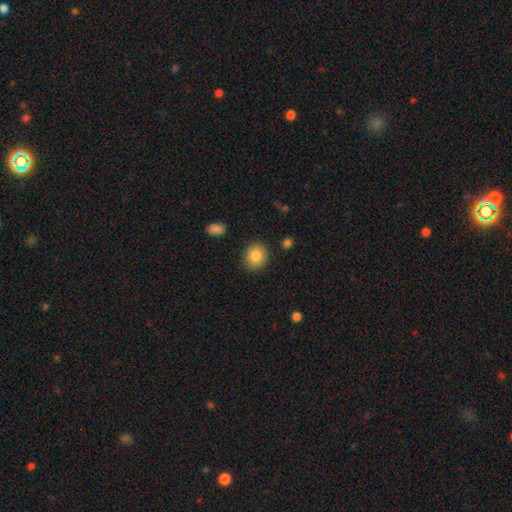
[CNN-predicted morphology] This is clearly a smooth galaxy (84%). How rounded: clearly round (81%). Merging: clearly none (89%).